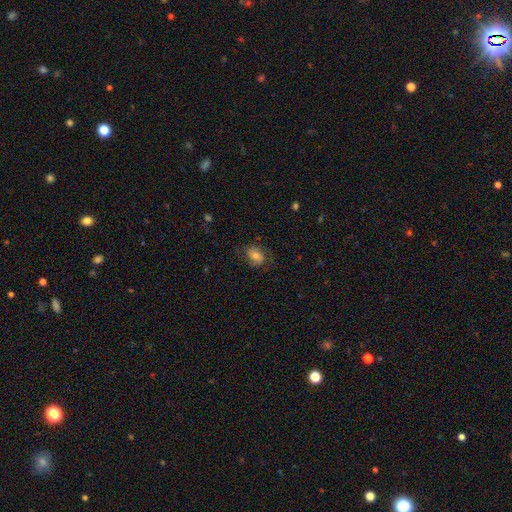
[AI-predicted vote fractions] Q: Smooth or featured?
A: smooth (55%); runner-up: featured or disk (34%)
Q: How rounded?
A: in between (66%); runner-up: round (33%)
Q: Merging?
A: none (69%); runner-up: minor disturbance (20%)